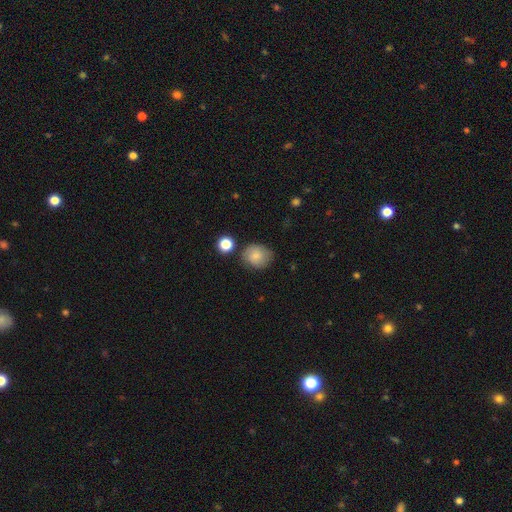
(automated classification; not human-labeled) Overall: smooth (81%). How rounded: round (73%). Merging: none (73%).